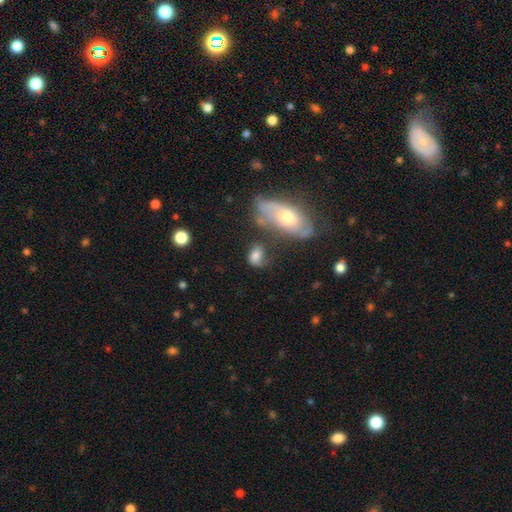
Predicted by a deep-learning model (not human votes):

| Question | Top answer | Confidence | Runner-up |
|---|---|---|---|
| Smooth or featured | smooth | 65% | featured or disk (24%) |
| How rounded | in between | 73% | round (24%) |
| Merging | none | 44% | minor disturbance (24%) |